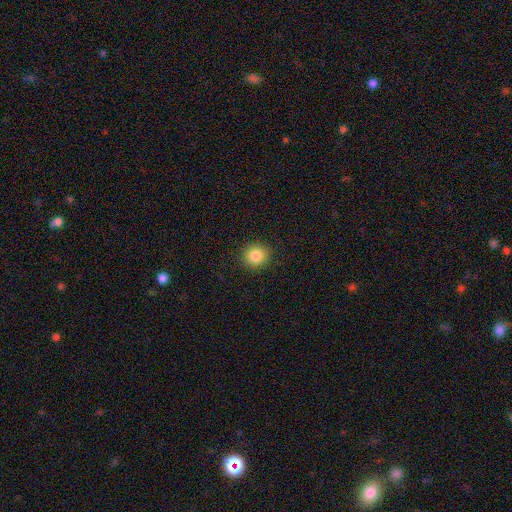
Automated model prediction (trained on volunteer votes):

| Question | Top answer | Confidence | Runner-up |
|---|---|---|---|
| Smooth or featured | smooth | 85% | star or artifact (10%) |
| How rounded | round | 87% | in between (12%) |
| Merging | none | 91% | minor disturbance (6%) |